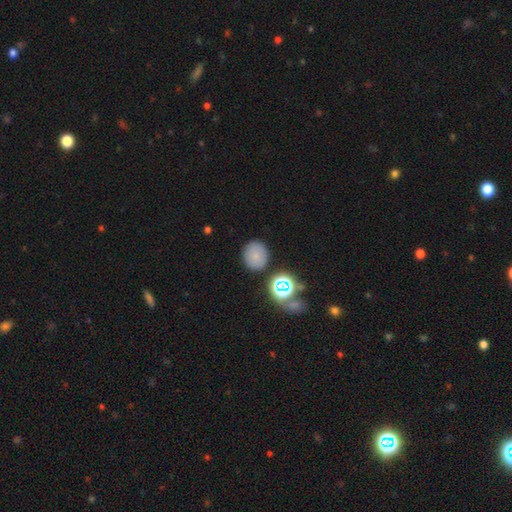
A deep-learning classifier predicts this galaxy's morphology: A smooth galaxy with no disk features (73%) that is round (78%).

Vote fractions:
- Smooth or featured? smooth: 73% / star or artifact: 16% / featured or disk: 10%
- How rounded? round: 78% / in between: 21% / cigar-shaped: 1%
- Merging? none: 82% / minor disturbance: 10% / merger: 4% / major disturbance: 3%